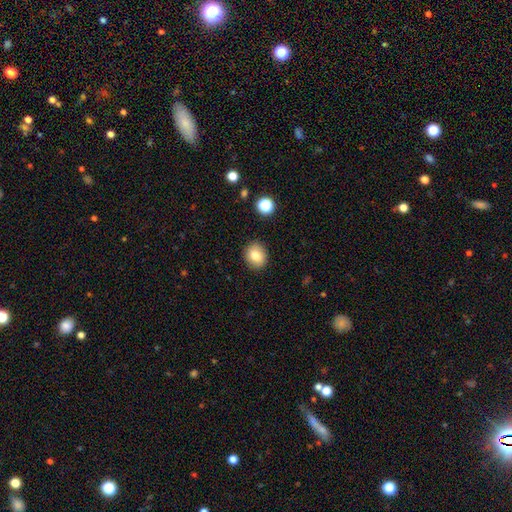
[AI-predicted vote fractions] Morphology: type=smooth (81%); roundness=round (73%); merging=none (88%).